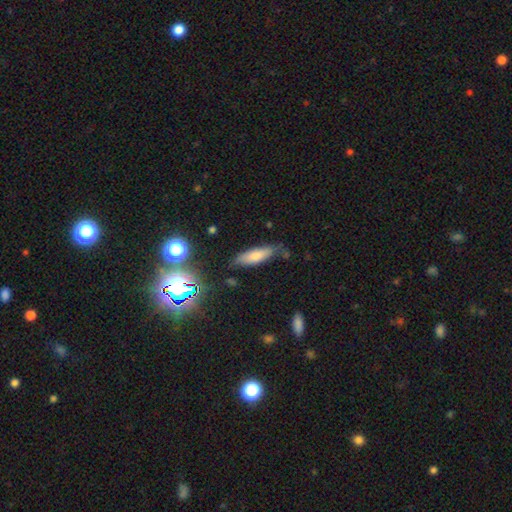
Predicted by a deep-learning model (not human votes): Smooth or featured?
  - smooth: 65% *
  - featured or disk: 23%
  - star or artifact: 12%
How rounded?
  - cigar-shaped: 55% *
  - in between: 42%
  - round: 2%
Merging?
  - none: 70% *
  - minor disturbance: 21%
  - major disturbance: 5%
  - merger: 3%